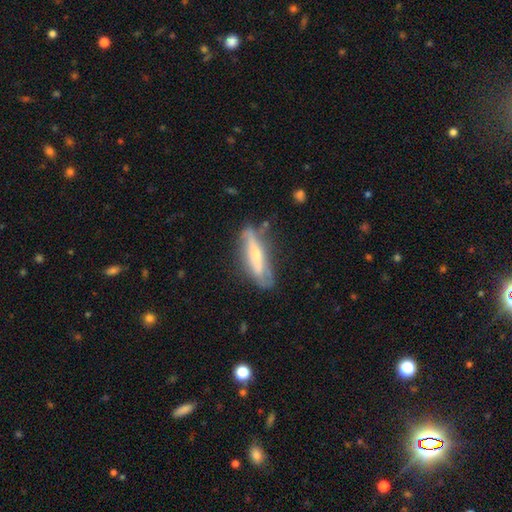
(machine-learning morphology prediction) smooth_or_featured: featured or disk (p=0.52) [alt: smooth p=0.42]
disk_edge_on: yes (p=0.69) [alt: no p=0.31]
merging: none (p=0.66) [alt: minor disturbance p=0.22]